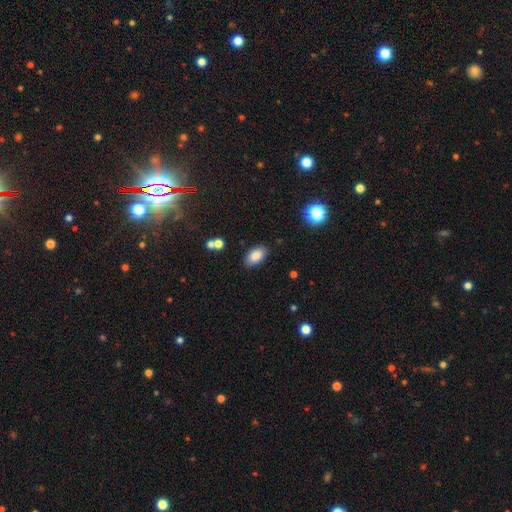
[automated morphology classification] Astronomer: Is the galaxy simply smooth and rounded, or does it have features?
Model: smooth — 85%.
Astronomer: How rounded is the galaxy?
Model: in between — 93%.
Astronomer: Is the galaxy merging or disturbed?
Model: none — 85%.